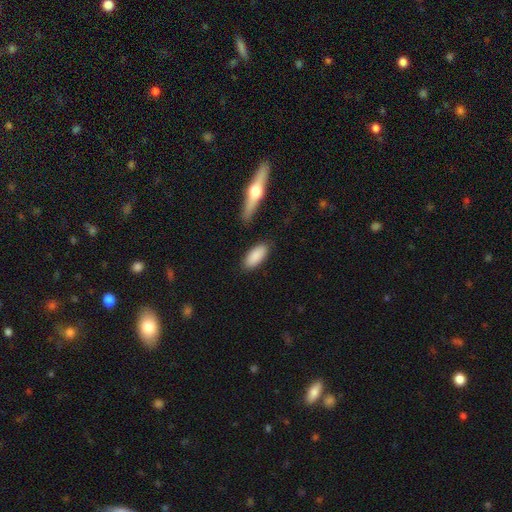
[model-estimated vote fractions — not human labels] smooth_or_featured: smooth (p=0.88) [alt: featured or disk p=0.06]
how_rounded: in between (p=0.86) [alt: cigar-shaped p=0.11]
merging: none (p=0.82) [alt: minor disturbance p=0.11]